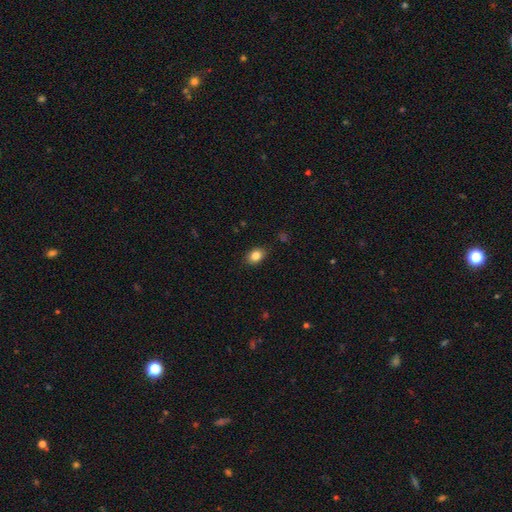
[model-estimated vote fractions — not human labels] Morphology: type=smooth (84%); roundness=in between (73%); merging=none (86%).